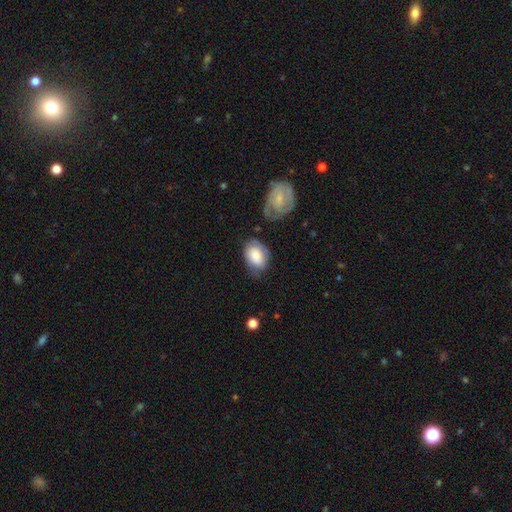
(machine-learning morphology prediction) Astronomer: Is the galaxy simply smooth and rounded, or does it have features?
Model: smooth — 74%.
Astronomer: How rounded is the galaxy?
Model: in between — 80%.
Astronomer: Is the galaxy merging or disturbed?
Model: none — 51% (runner-up: minor disturbance, 32%).